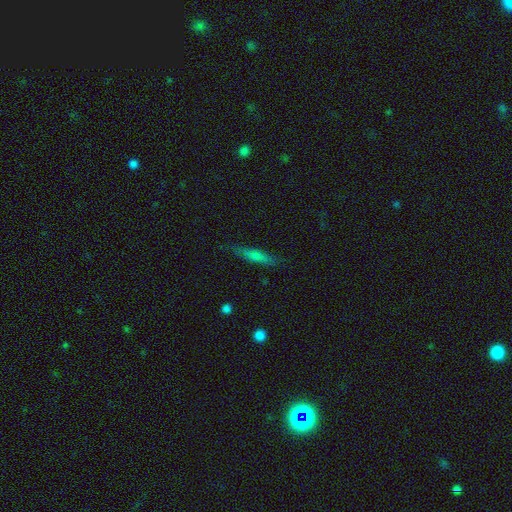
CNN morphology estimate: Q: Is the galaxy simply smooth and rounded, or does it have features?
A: featured or disk — 46%.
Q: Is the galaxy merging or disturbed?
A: none — 86%.